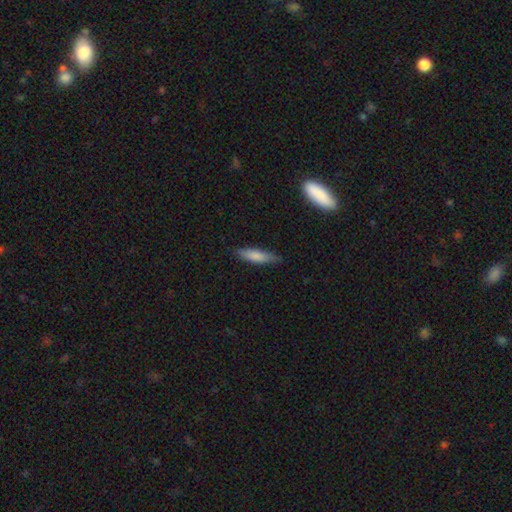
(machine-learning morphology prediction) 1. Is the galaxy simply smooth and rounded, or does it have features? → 79% smooth, 15% featured or disk, 6% star or artifact.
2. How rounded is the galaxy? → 71% cigar-shaped, 27% in between, 2% round.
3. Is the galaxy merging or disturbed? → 81% none, 15% minor disturbance, 2% major disturbance, 1% merger.